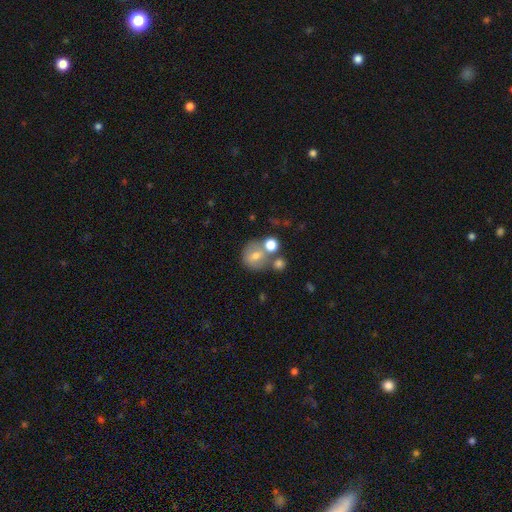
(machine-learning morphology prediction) A smooth galaxy with no disk features (68%) that is round (81%). Merging: none (51%).